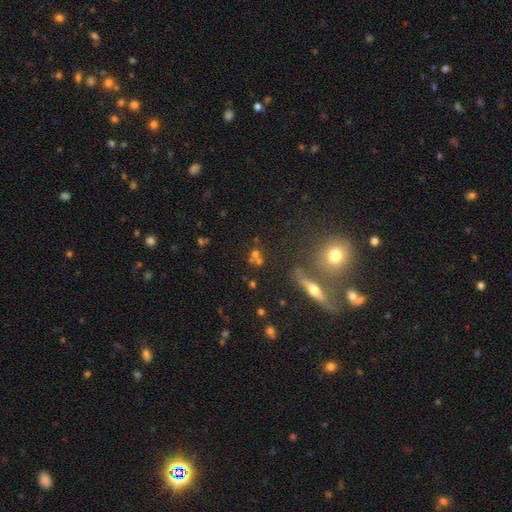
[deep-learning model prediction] Smooth or featured?
  - smooth: 49% *
  - star or artifact: 30%
  - featured or disk: 21%
Merging?
  - none: 51% *
  - merger: 35%
  - minor disturbance: 9%
  - major disturbance: 5%